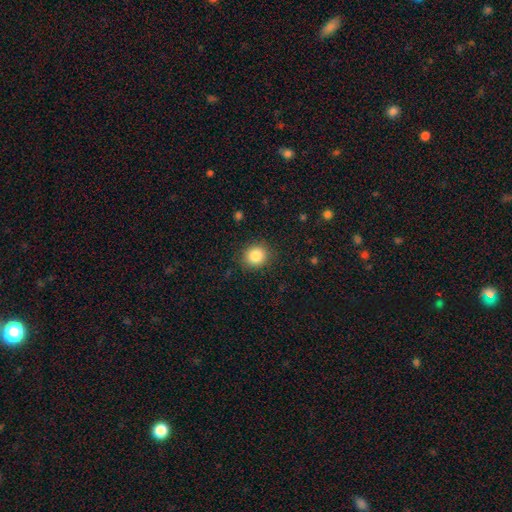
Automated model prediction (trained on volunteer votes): A smooth galaxy with no disk features (85%) that is round (82%).

Vote fractions:
- Smooth or featured? smooth: 85% / star or artifact: 10% / featured or disk: 5%
- How rounded? round: 82% / in between: 17% / cigar-shaped: 1%
- Merging? none: 89% / minor disturbance: 8% / major disturbance: 3% / merger: 1%